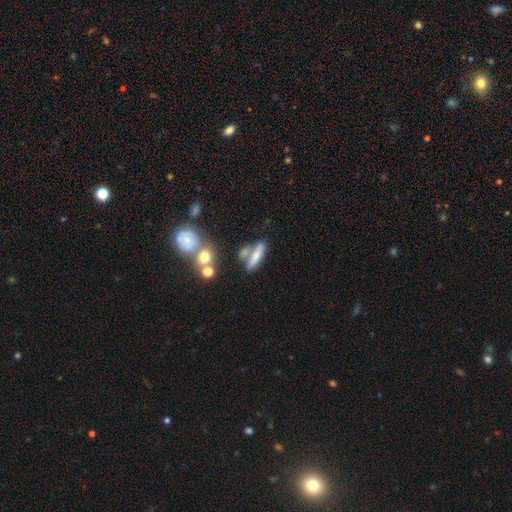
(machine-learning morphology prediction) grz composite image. It shows a smooth galaxy with no disk features (63%) that is cigar-shaped (53%). Merging: none (51%).